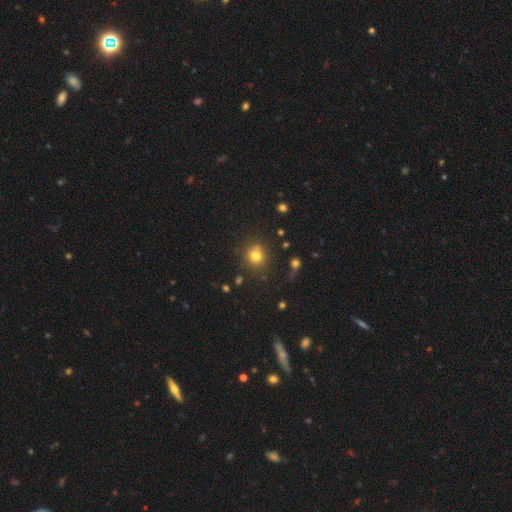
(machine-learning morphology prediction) Smooth or featured? Predicted: smooth (p=0.78). How rounded? Predicted: round (p=0.86). Merging? Predicted: none (p=0.77).